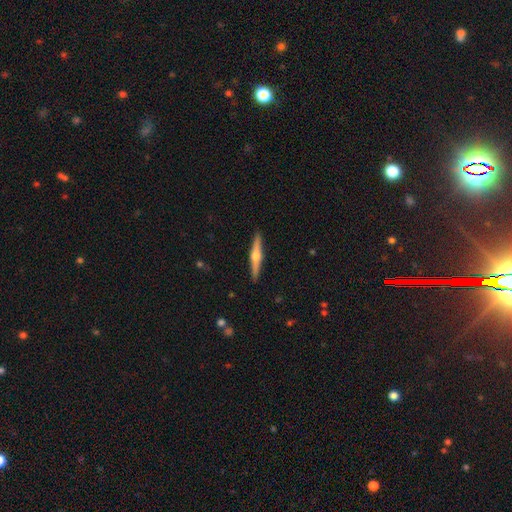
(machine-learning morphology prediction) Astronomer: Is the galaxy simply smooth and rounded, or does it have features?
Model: featured or disk — 69%.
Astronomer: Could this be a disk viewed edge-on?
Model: yes — 98%.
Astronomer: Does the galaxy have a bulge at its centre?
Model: rounded — 93%.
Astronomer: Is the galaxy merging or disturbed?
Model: none — 91%.